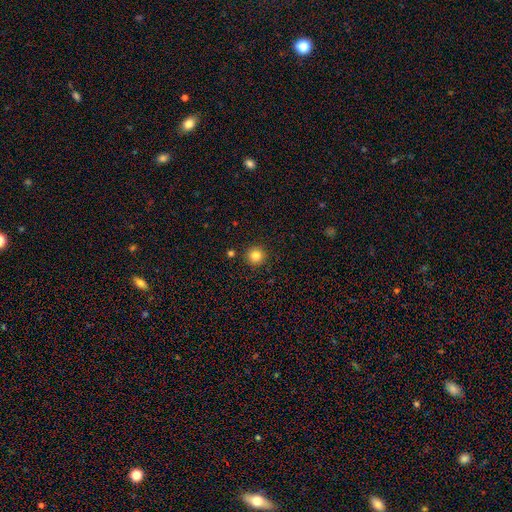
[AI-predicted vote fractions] Smooth or featured: smooth — 84% (star or artifact — 11%)
How rounded: round — 95% (in between — 4%)
Merging: none — 91% (minor disturbance — 5%)